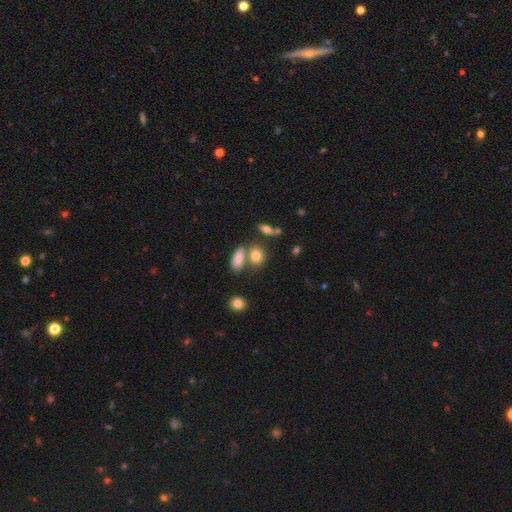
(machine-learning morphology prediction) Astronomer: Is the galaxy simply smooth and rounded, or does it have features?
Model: smooth — 79%.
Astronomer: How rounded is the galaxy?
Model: in between — 55% (runner-up: round, 41%).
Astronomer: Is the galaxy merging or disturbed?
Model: none — 55%.